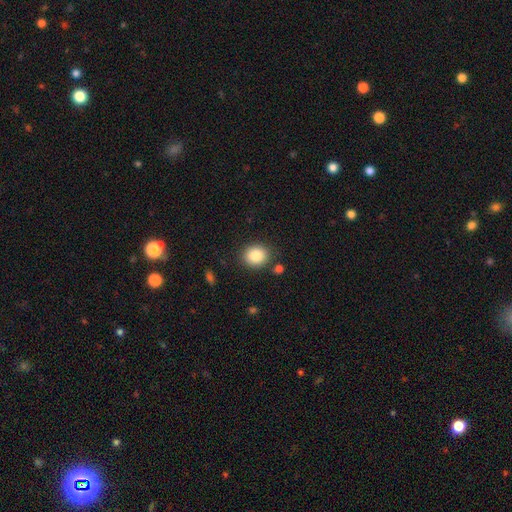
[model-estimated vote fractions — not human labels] Smooth or featured? smooth (85%)
How rounded? round (75%)
Merging? none (84%)